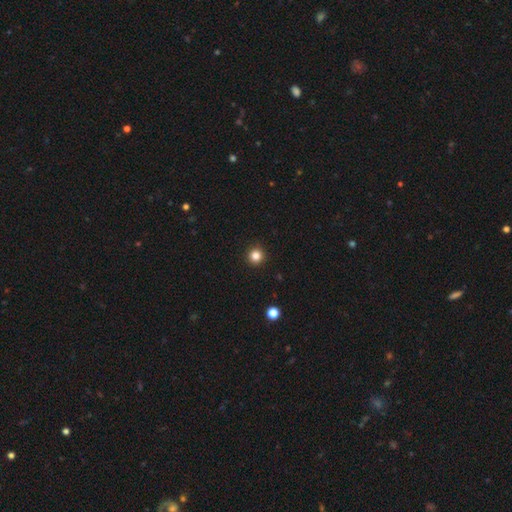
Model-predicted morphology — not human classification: Smooth or featured? Predicted: smooth (p=0.83). How rounded? Predicted: round (p=0.96). Merging? Predicted: none (p=0.93).